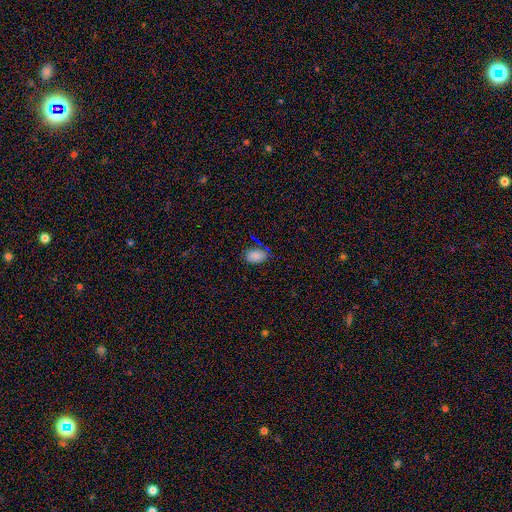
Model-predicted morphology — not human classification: The model was most divided on "merging": none: 76%, minor disturbance: 17%, major disturbance: 4%, merger: 3%. More confident: how rounded — in between (90%); smooth or featured — smooth (82%).